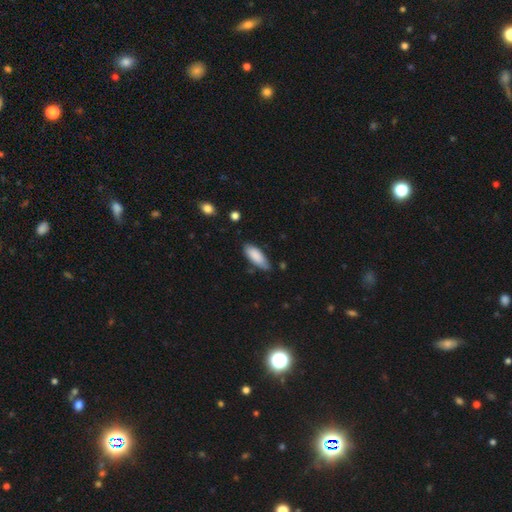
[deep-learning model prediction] Smooth or featured: smooth — 87% (featured or disk — 7%)
How rounded: in between — 75% (cigar-shaped — 24%)
Merging: none — 76% (minor disturbance — 19%)